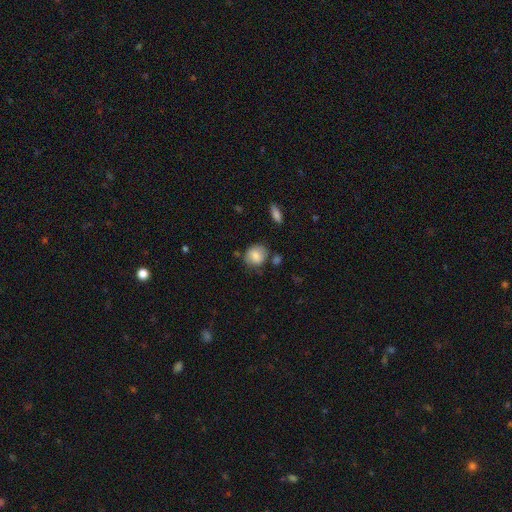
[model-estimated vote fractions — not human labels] smooth_or_featured: smooth (p=0.80) [alt: featured or disk p=0.12]
how_rounded: round (p=0.67) [alt: in between p=0.31]
merging: none (p=0.69) [alt: minor disturbance p=0.20]